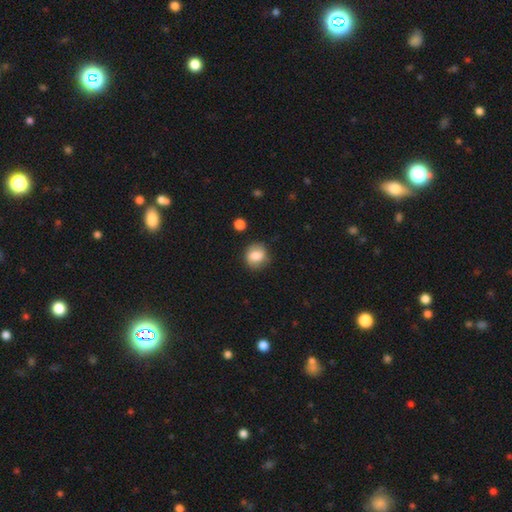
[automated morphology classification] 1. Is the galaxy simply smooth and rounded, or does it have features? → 81% smooth, 10% featured or disk, 9% star or artifact.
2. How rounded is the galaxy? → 73% round, 26% in between, 1% cigar-shaped.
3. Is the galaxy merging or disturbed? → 78% none, 16% minor disturbance, 4% major disturbance, 2% merger.